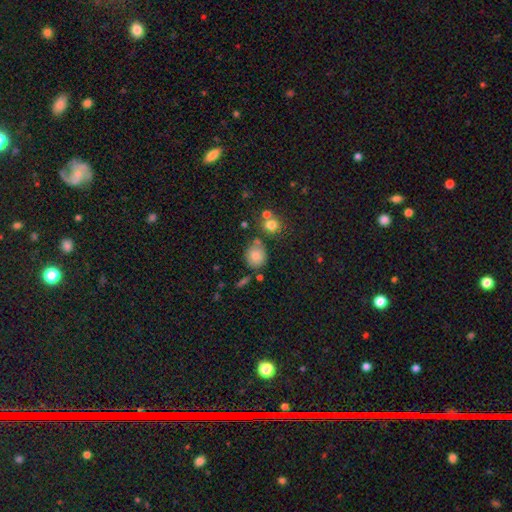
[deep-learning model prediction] smooth_or_featured: smooth (p=0.79) [alt: star or artifact p=0.11]
how_rounded: round (p=0.78) [alt: in between p=0.20]
merging: none (p=0.69) [alt: minor disturbance p=0.16]